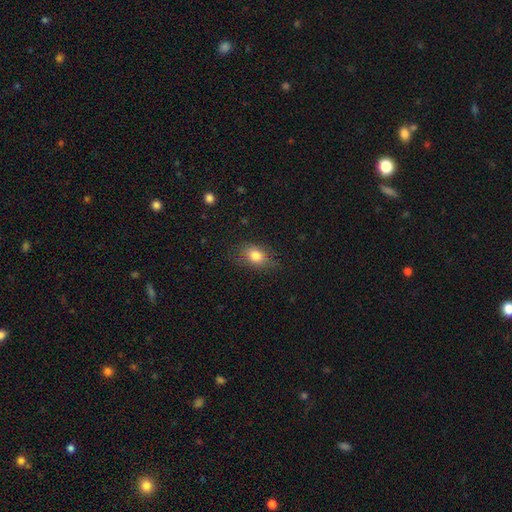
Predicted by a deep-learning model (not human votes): Smooth or featured? Predicted: smooth (p=0.78). How rounded? Predicted: in between (p=0.72). Merging? Predicted: none (p=0.75).